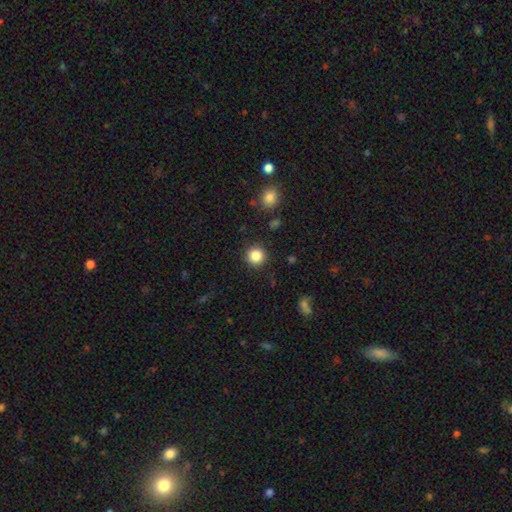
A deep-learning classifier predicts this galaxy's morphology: smooth 85%, star or artifact 10%, featured or disk 4%. Down the decision tree: how rounded — round (94%); merging — none (91%).